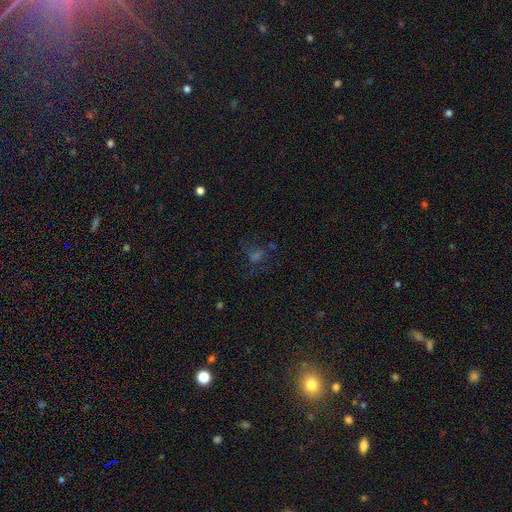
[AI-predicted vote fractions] Overall: star or artifact (43%; smooth 32%).